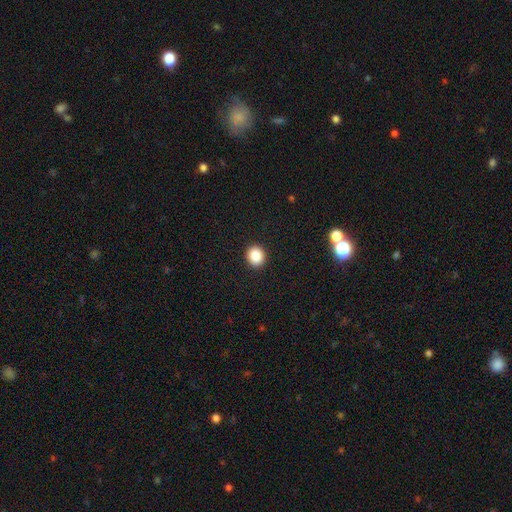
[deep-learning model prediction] A smooth galaxy with no disk features (88%) that is round (81%). Merging: none (93%).